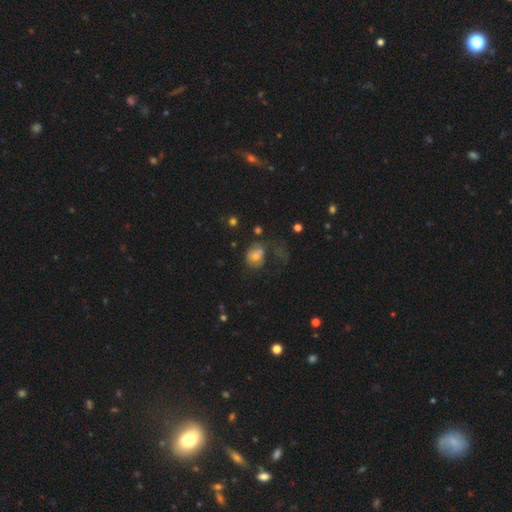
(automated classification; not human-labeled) Q: Smooth or featured?
A: smooth (61%); runner-up: featured or disk (22%)
Q: How rounded?
A: round (65%); runner-up: in between (34%)
Q: Merging?
A: none (41%); runner-up: major disturbance (26%)